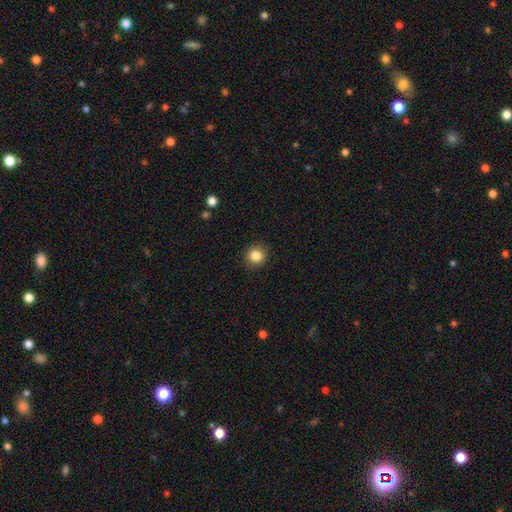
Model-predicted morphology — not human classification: A smooth galaxy with no disk features (85%) that is round (90%).

Vote fractions:
- Smooth or featured? smooth: 85% / star or artifact: 11% / featured or disk: 5%
- How rounded? round: 90% / in between: 9% / cigar-shaped: 1%
- Merging? none: 91% / minor disturbance: 6% / major disturbance: 2% / merger: 1%